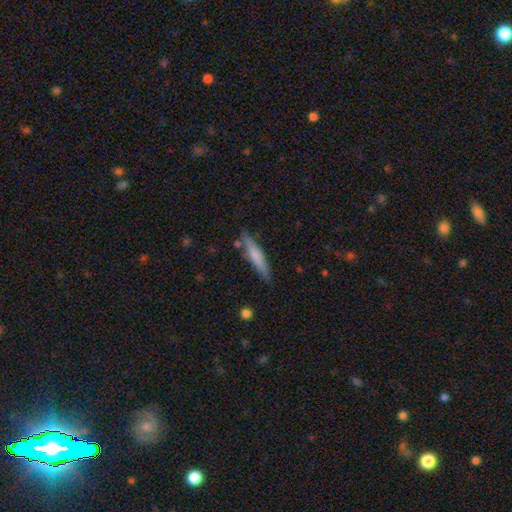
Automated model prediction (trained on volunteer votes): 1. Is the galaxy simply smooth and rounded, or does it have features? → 62% smooth, 33% featured or disk, 6% star or artifact.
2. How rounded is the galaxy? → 90% cigar-shaped, 8% in between, 2% round.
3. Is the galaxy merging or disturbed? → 82% none, 12% minor disturbance, 4% merger, 2% major disturbance.